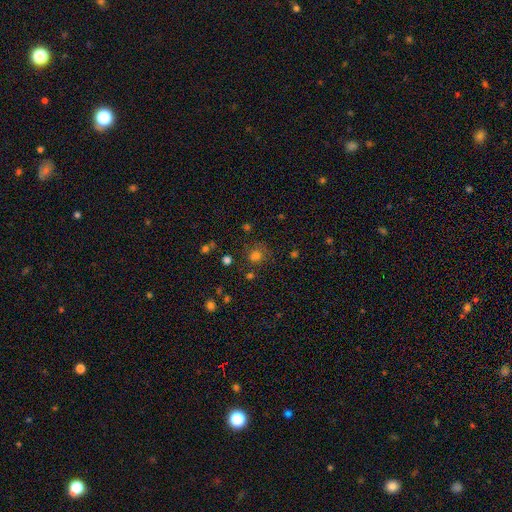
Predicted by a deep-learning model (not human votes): Smooth or featured: smooth — 74% (star or artifact — 20%)
How rounded: round — 84% (in between — 15%)
Merging: none — 72% (minor disturbance — 15%)